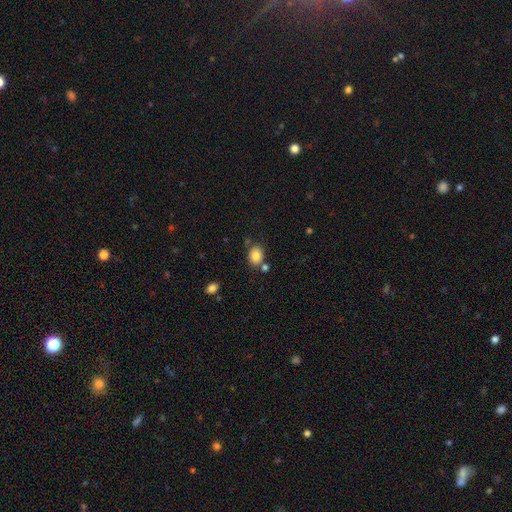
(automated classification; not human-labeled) Smooth or featured: smooth — 84% (star or artifact — 9%)
How rounded: in between — 51% (round — 48%)
Merging: none — 70% (merger — 13%)